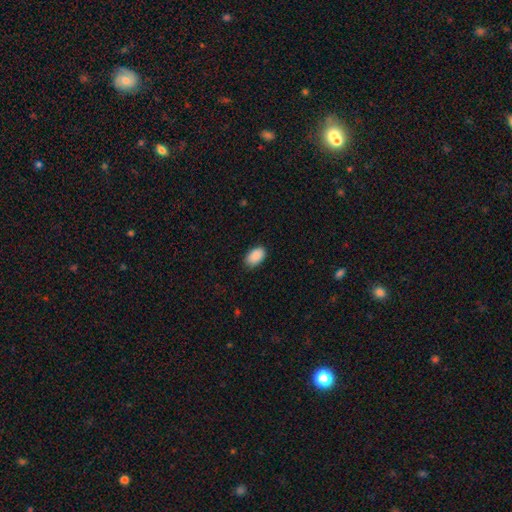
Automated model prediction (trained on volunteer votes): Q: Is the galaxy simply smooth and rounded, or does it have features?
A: smooth — 90%.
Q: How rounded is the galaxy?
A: in between — 92%.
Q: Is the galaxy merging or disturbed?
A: none — 84%.